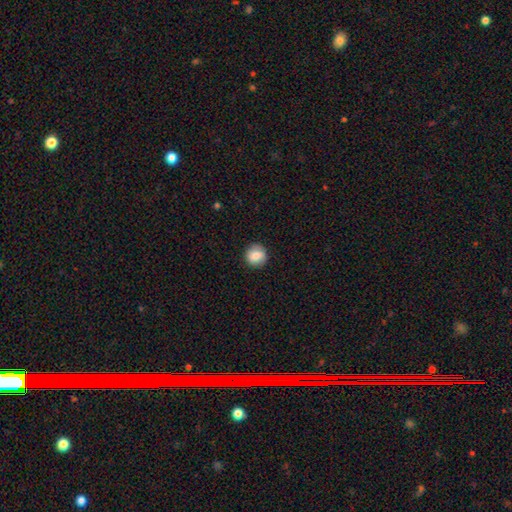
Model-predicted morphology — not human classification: smooth_or_featured: smooth (p=0.82) [alt: featured or disk p=0.09]
how_rounded: round (p=0.93) [alt: in between p=0.06]
merging: none (p=0.90) [alt: minor disturbance p=0.07]